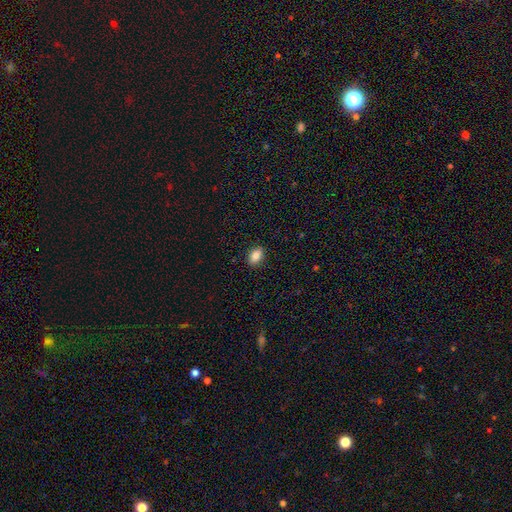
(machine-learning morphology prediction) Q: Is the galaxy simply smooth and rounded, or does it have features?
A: smooth — 85%.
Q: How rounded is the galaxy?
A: in between — 83%.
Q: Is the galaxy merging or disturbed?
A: none — 89%.